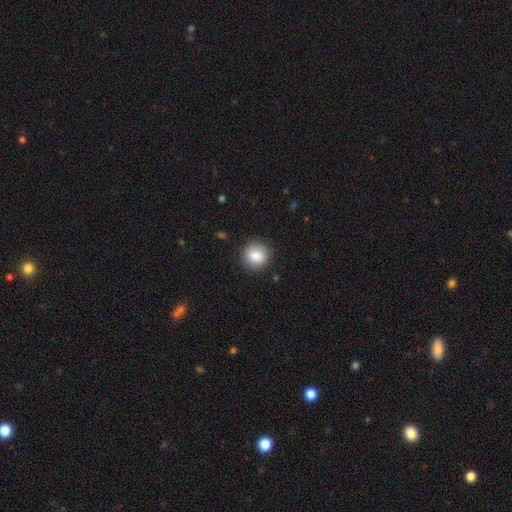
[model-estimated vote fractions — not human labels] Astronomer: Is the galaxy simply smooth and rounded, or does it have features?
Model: smooth — 85%.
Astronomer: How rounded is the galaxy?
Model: round — 89%.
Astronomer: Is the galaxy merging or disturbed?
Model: none — 89%.